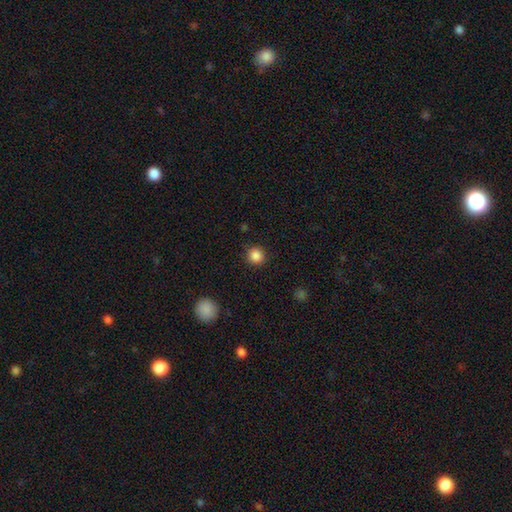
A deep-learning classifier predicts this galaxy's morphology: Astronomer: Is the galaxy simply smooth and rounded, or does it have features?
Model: smooth — 86%.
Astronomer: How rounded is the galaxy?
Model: round — 93%.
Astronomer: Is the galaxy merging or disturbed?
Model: none — 91%.